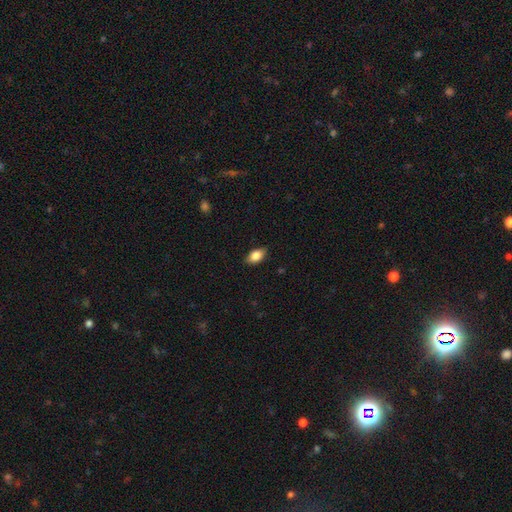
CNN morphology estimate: This appears to be a smooth galaxy with no disk features (83%) that is in between round and cigar-shaped (89%). Merging: none (85%).